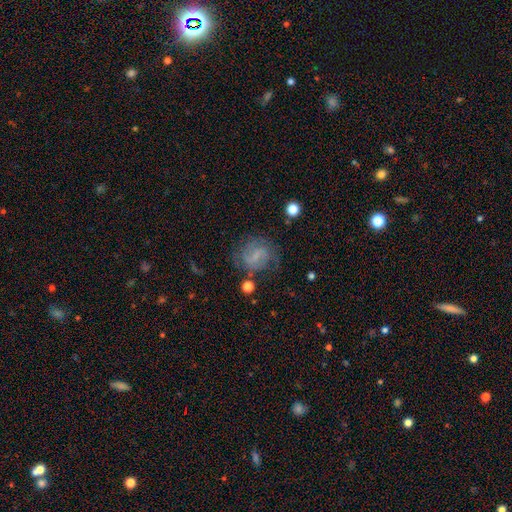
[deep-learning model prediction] This is possibly a featured or disk galaxy (55%). It is clearly not viewed edge-on (97%). Bar: possibly weak (51%). Spiral arm pattern: likely yes (78%). Central bulge: marginally small (42%). Merging: likely none (62%).